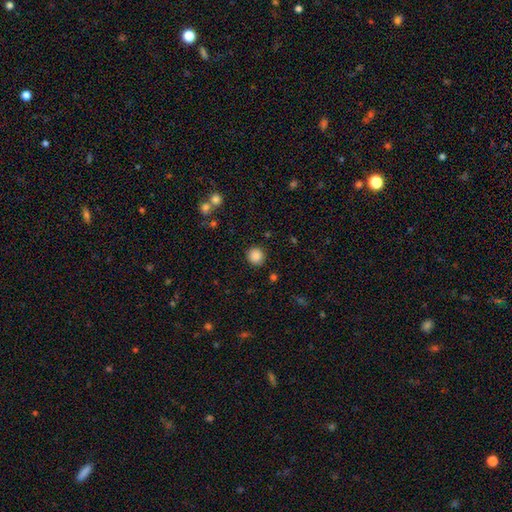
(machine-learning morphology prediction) Overall: smooth (86%). How rounded: round (91%). Merging: none (89%).